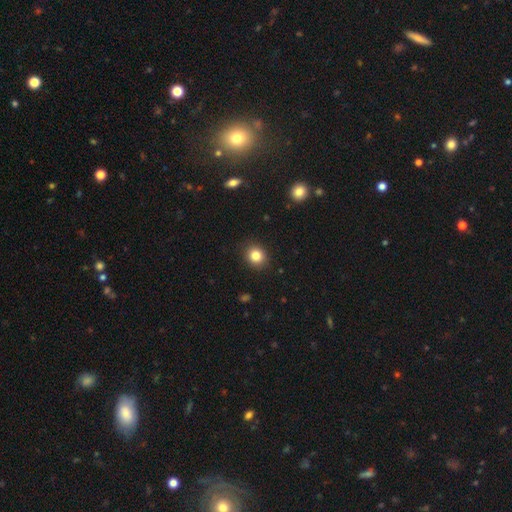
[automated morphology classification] type=smooth (84%); roundness=round (74%); merging=none (89%).